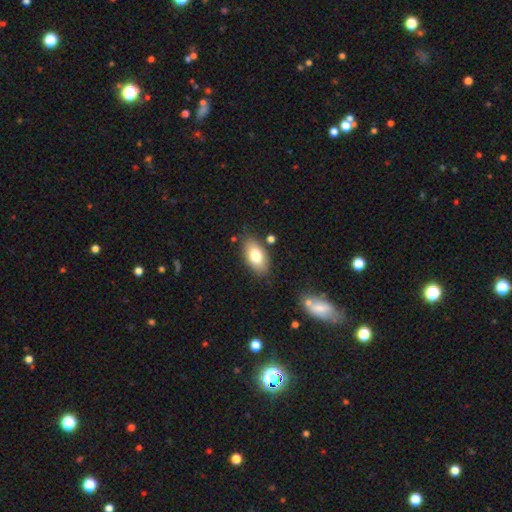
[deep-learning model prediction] Smooth or featured? Predicted: smooth (p=0.77). How rounded? Predicted: in between (p=0.92). Merging? Predicted: none (p=0.80).